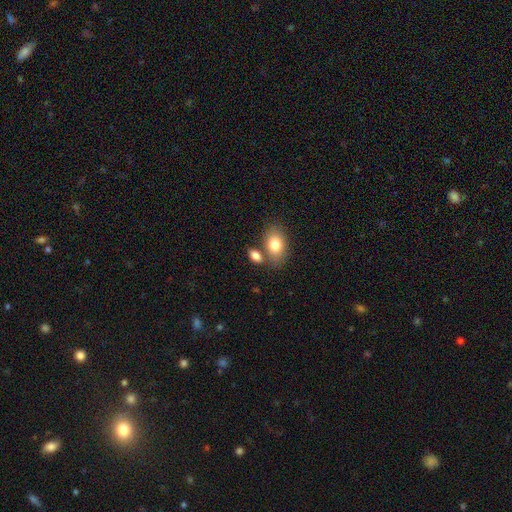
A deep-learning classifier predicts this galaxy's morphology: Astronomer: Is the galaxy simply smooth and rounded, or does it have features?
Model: smooth — 82%.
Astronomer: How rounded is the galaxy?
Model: in between — 87%.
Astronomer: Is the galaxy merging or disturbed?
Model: none — 57%.